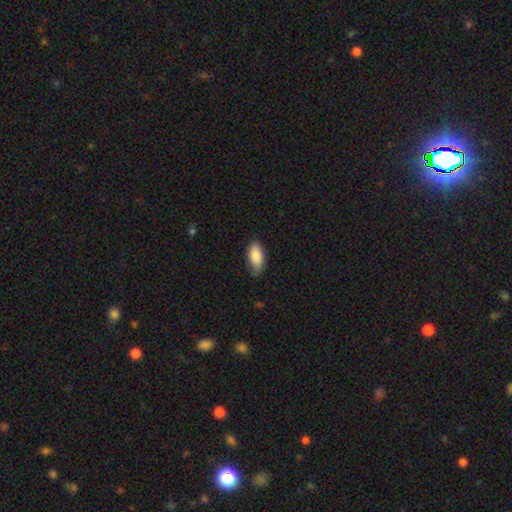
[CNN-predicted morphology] smooth_or_featured: smooth (p=0.86) [alt: featured or disk p=0.08]
how_rounded: in between (p=0.89) [alt: cigar-shaped p=0.09]
merging: none (p=0.72) [alt: minor disturbance p=0.23]